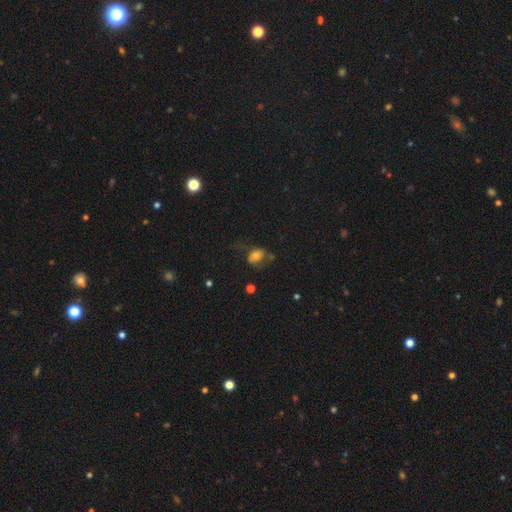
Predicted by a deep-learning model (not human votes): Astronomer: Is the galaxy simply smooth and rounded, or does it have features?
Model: smooth — 65%.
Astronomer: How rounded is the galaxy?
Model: in between — 73%.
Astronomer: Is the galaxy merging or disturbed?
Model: none — 42% (runner-up: major disturbance, 27%).